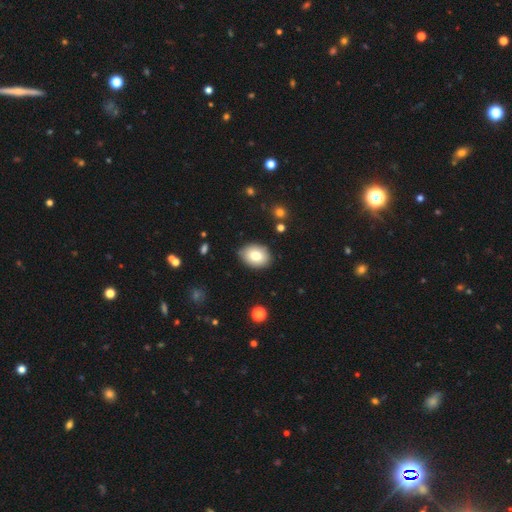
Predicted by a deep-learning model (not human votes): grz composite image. It shows a smooth galaxy with no disk features (80%) that is in between round and cigar-shaped (70%). Merging: none (85%).